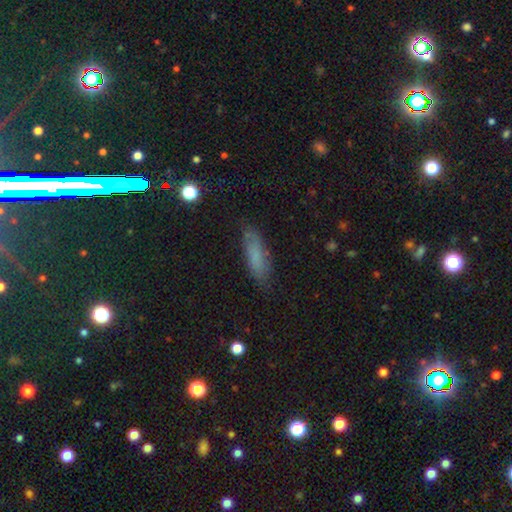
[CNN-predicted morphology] Smooth or featured? Predicted: smooth (p=0.70). How rounded? Predicted: cigar-shaped (p=0.54). Merging? Predicted: none (p=0.76).